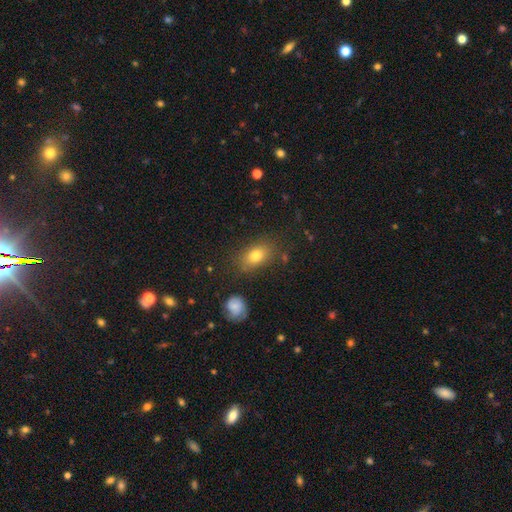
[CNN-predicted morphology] Overall: smooth (77%). How rounded: in between (81%). Merging: none (80%).